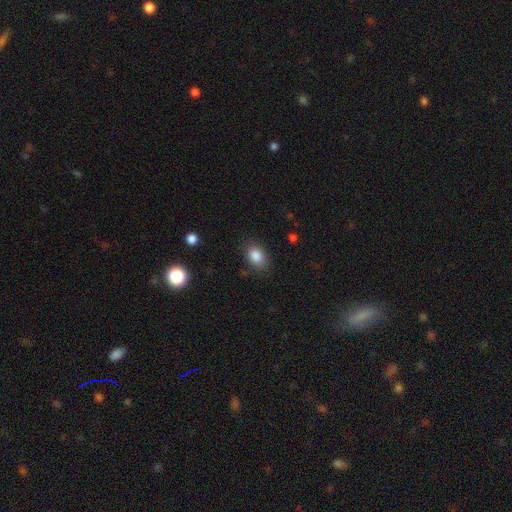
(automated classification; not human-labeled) Smooth or featured: smooth — 85% (star or artifact — 9%)
How rounded: in between — 75% (round — 23%)
Merging: none — 81% (minor disturbance — 14%)